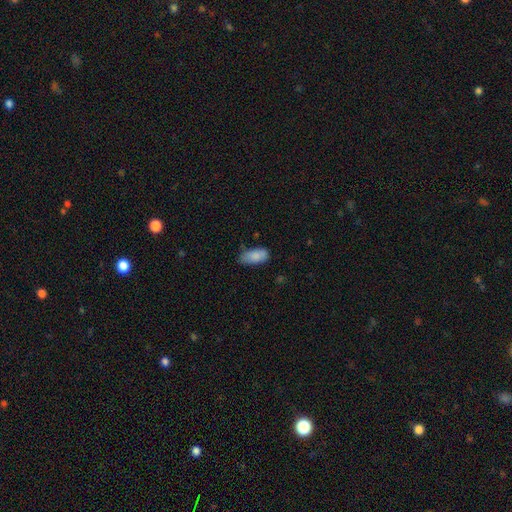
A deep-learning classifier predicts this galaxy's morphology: Smooth or featured: smooth — 86% (featured or disk — 7%)
How rounded: in between — 89% (cigar-shaped — 8%)
Merging: none — 60% (minor disturbance — 31%)